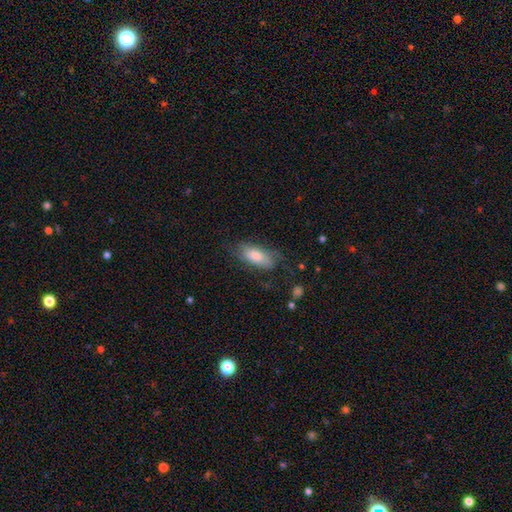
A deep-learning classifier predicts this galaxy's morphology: A smooth galaxy with no disk features (66%) that is in between round and cigar-shaped (82%).

Vote fractions:
- Smooth or featured? smooth: 66% / featured or disk: 27% / star or artifact: 7%
- How rounded? in between: 82% / cigar-shaped: 15% / round: 3%
- Merging? none: 62% / minor disturbance: 23% / major disturbance: 13% / merger: 2%